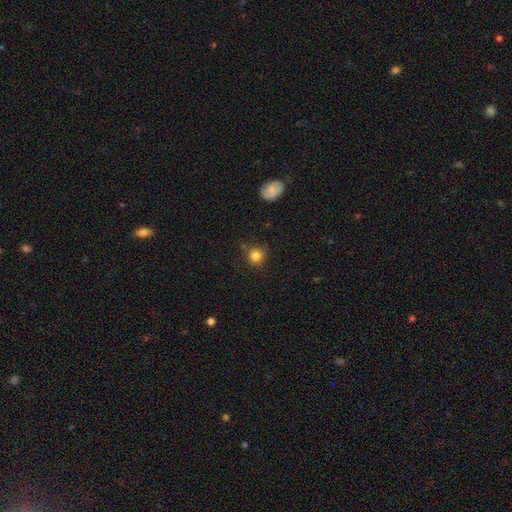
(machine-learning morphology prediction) This appears to be a smooth galaxy with no disk features (82%) that is round (90%). Merging: none (71%).